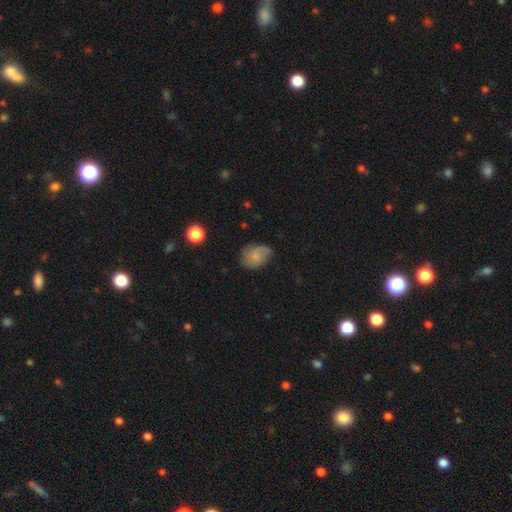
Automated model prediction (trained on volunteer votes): Smooth or featured? Predicted: smooth (p=0.61). How rounded? Predicted: in between (p=0.70). Merging? Predicted: none (p=0.61).